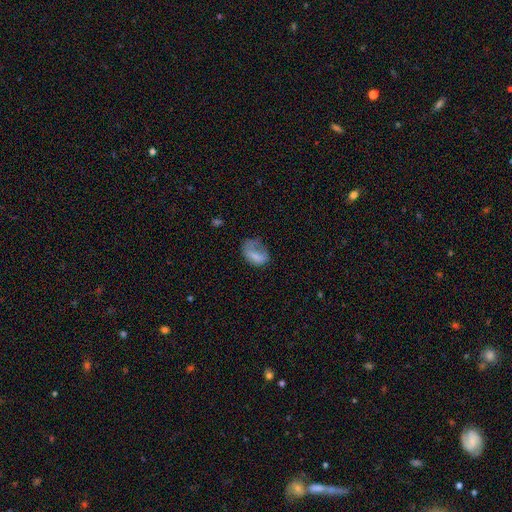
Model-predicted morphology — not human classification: Q: Smooth or featured?
A: smooth (69%); runner-up: featured or disk (22%)
Q: How rounded?
A: in between (79%); runner-up: round (19%)
Q: Merging?
A: major disturbance (42%); runner-up: minor disturbance (28%)